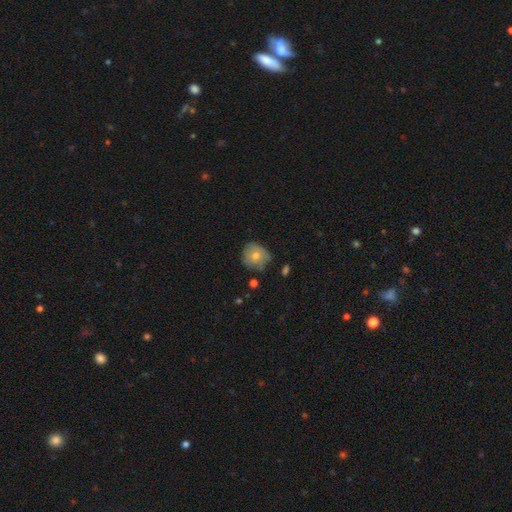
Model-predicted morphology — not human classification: Smooth or featured? Predicted: smooth (p=0.70). How rounded? Predicted: round (p=0.83). Merging? Predicted: none (p=0.61).